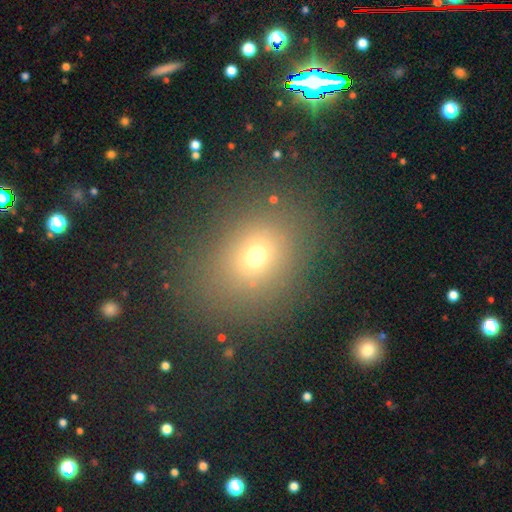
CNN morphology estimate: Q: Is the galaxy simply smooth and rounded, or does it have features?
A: smooth — 67%.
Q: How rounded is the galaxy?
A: round — 55%.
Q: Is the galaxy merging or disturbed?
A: none — 81%.